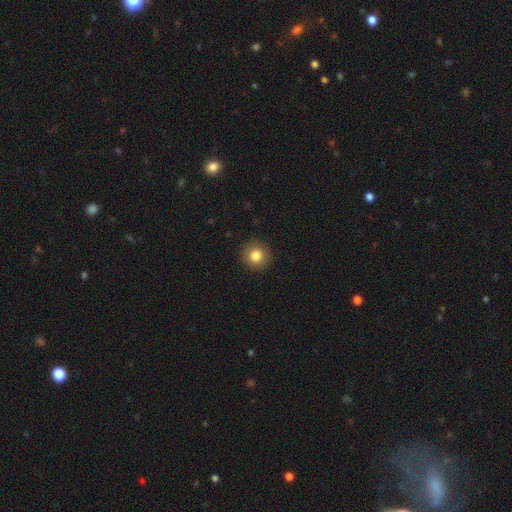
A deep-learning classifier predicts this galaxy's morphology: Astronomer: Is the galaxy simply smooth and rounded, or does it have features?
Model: smooth — 83%.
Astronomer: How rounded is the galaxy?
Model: round — 94%.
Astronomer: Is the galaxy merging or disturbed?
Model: none — 91%.